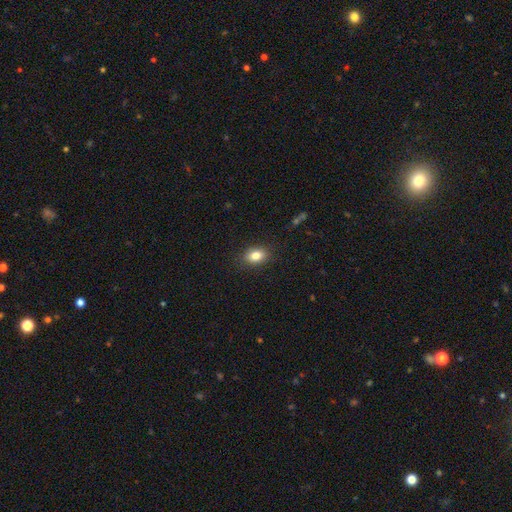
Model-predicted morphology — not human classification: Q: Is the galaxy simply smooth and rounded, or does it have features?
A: smooth — 83%.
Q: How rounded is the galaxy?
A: in between — 77%.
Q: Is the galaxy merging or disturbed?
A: none — 87%.